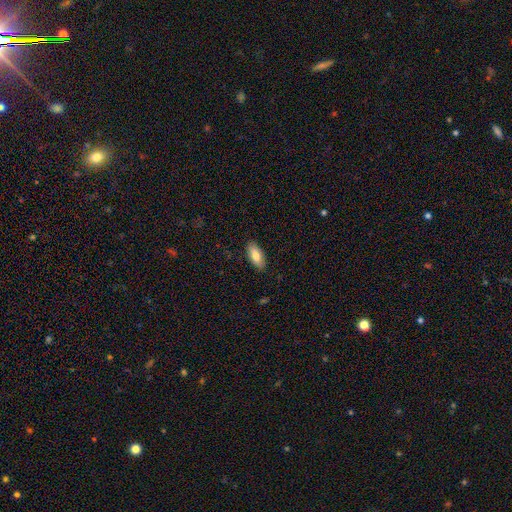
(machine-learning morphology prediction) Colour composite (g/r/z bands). It shows a smooth galaxy with no disk features (79%) that is in between round and cigar-shaped (83%). Merging: none (88%).